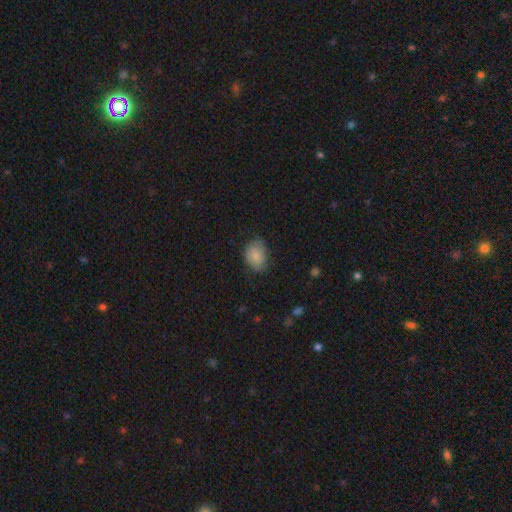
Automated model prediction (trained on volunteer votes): Smooth or featured: smooth — 69% (featured or disk — 24%)
How rounded: in between — 66% (round — 33%)
Merging: none — 67% (minor disturbance — 26%)